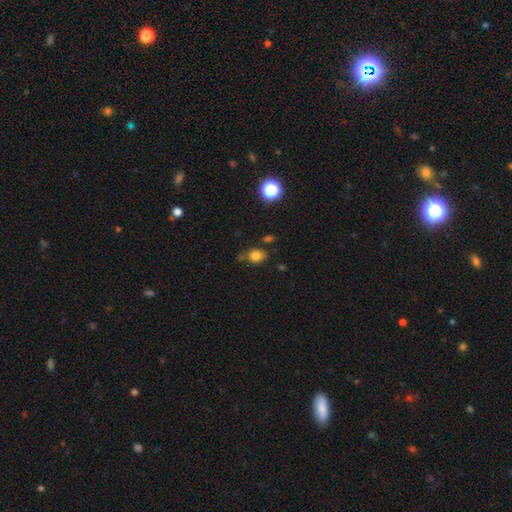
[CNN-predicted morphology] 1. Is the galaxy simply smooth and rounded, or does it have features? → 79% smooth, 13% star or artifact, 8% featured or disk.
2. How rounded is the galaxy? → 59% in between, 40% round, 1% cigar-shaped.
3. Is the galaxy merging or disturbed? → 63% none, 23% minor disturbance, 8% merger, 6% major disturbance.